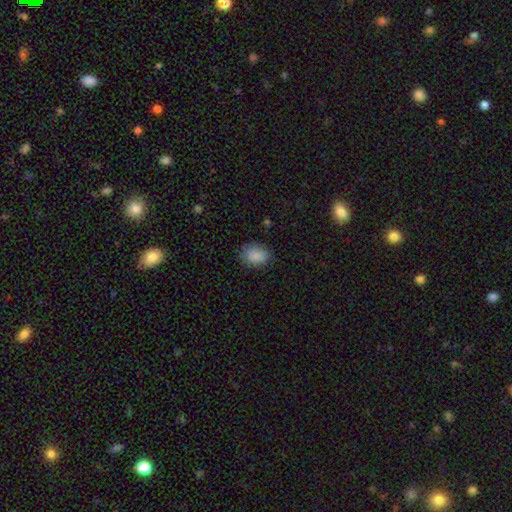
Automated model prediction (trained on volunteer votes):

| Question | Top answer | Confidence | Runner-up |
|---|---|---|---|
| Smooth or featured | smooth | 88% | star or artifact (8%) |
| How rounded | in between | 69% | round (29%) |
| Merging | none | 82% | minor disturbance (14%) |